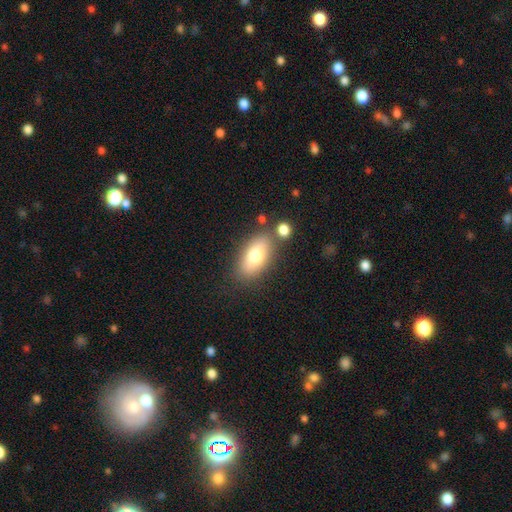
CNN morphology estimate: smooth-or-featured: smooth: 74% | featured or disk: 18% | star or artifact: 8%
  how-rounded: in between: 87% | cigar-shaped: 7% | round: 6%
  merging: none: 75% | minor disturbance: 12% | merger: 8% | major disturbance: 4%